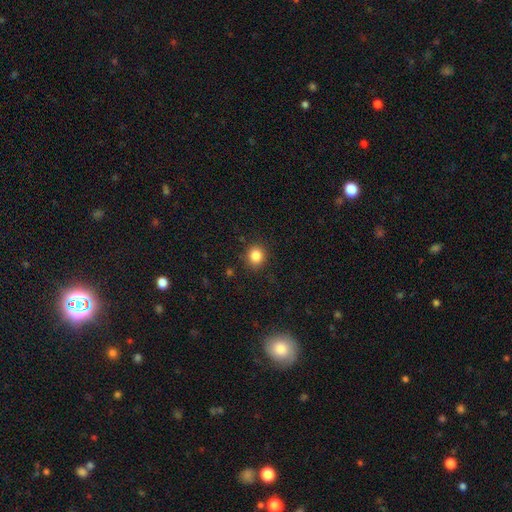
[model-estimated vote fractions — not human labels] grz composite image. It shows a smooth galaxy with no disk features (85%) that is round (85%). Merging: none (89%).